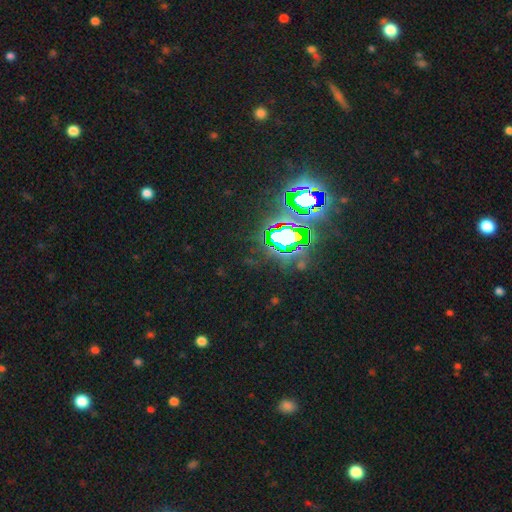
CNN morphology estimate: Smooth or featured? Predicted: star or artifact (p=0.81).